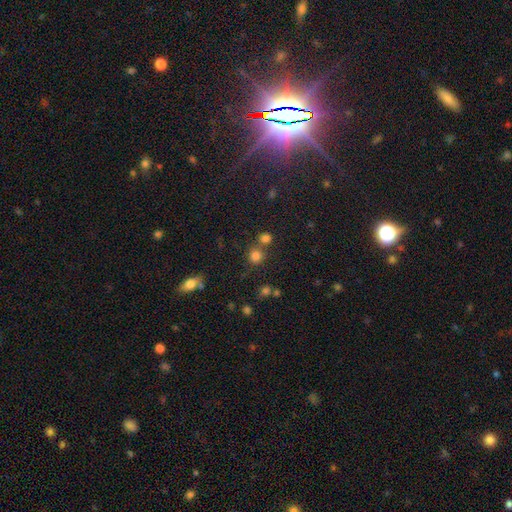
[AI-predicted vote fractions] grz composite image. It shows a smooth galaxy with no disk features (77%) that is round (89%). Merging: none (66%).